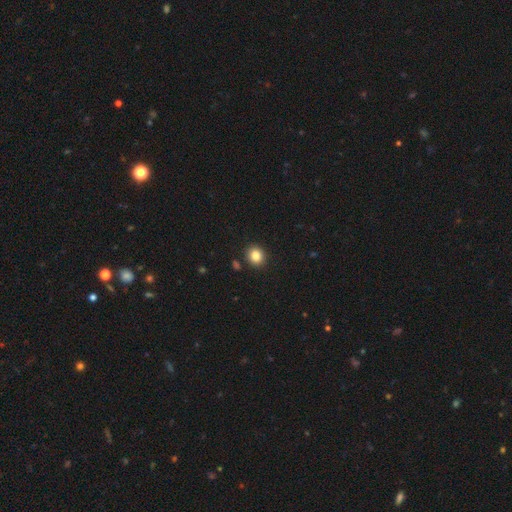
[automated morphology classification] smooth-or-featured: smooth: 86% | star or artifact: 10% | featured or disk: 5%
  how-rounded: round: 76% | in between: 23% | cigar-shaped: 1%
  merging: none: 89% | minor disturbance: 6% | merger: 2% | major disturbance: 2%